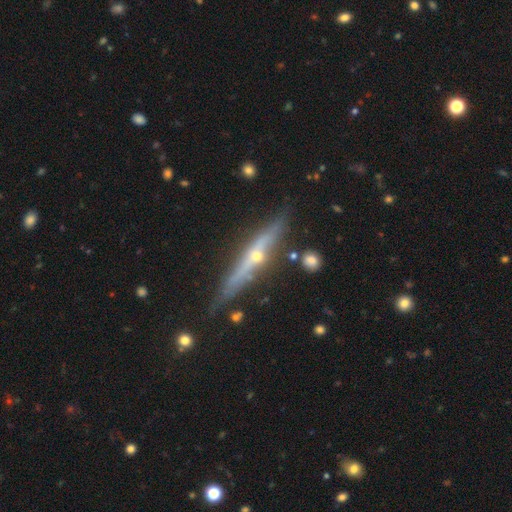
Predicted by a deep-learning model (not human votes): This is clearly a featured or disk galaxy (81%). It is clearly viewed edge-on (97%). Edge-on bulge: clearly rounded (87%). Merging: clearly none (85%).